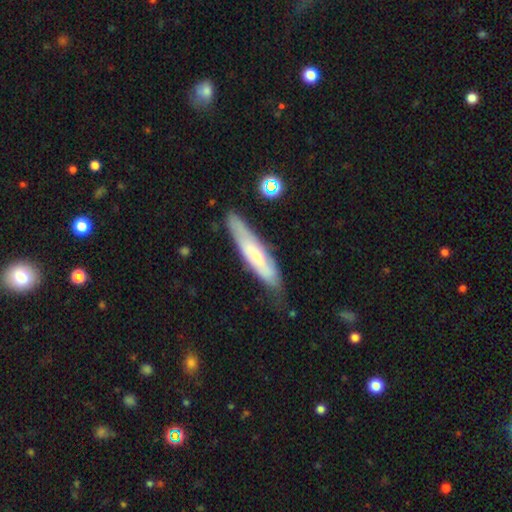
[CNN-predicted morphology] The model was most divided on "smooth or featured": featured or disk: 49%, smooth: 45%, star or artifact: 6%. More confident: merging — none (67%).